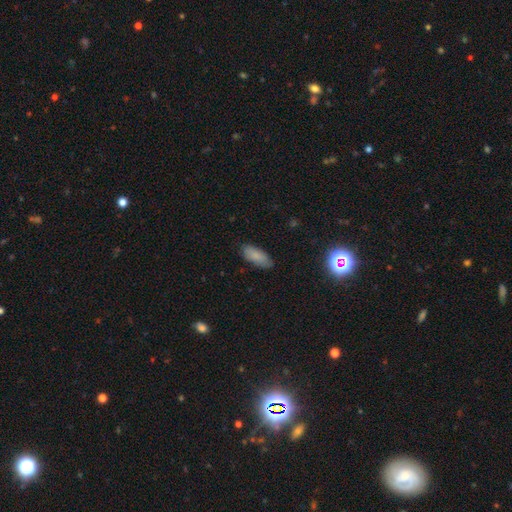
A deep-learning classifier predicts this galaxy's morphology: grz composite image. It shows a smooth galaxy with no disk features (83%) that is in between round and cigar-shaped (81%). Merging: none (79%).